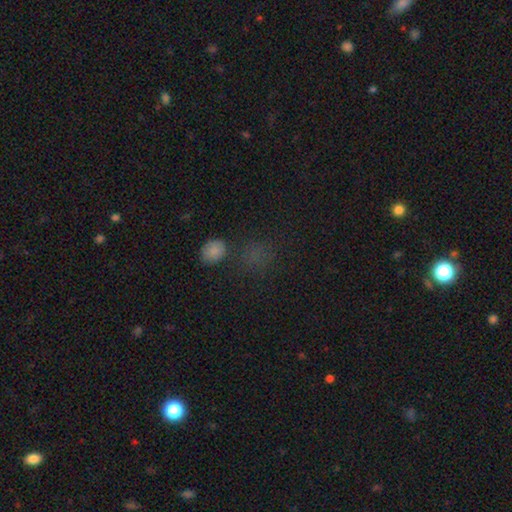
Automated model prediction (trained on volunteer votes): This is possibly a smooth galaxy (54%). How rounded: likely round (62%). Merging: likely none (64%).